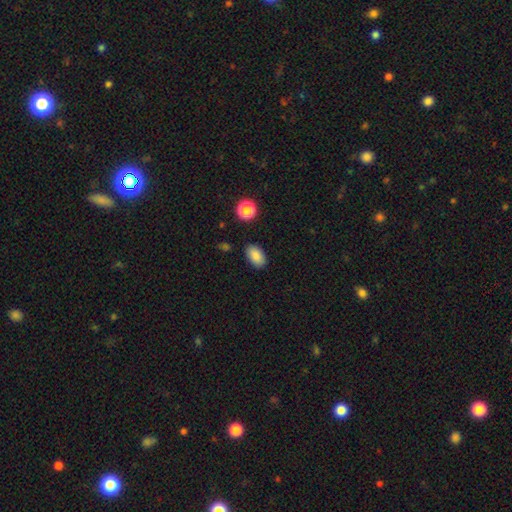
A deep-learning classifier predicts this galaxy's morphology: Smooth or featured? Predicted: smooth (p=0.86). How rounded? Predicted: in between (p=0.91). Merging? Predicted: none (p=0.86).